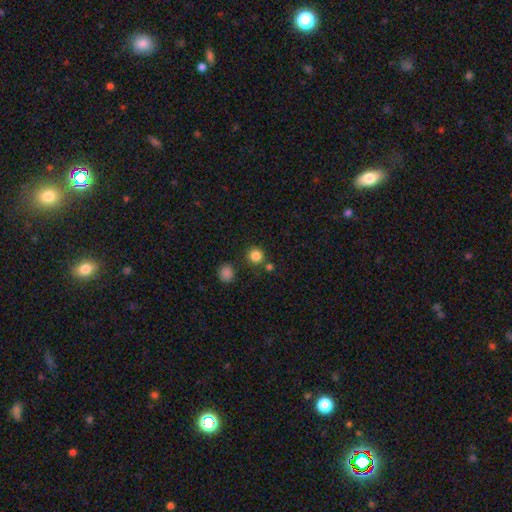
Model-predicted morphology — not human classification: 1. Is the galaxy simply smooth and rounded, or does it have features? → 83% smooth, 13% star or artifact, 4% featured or disk.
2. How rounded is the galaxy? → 92% round, 7% in between, 1% cigar-shaped.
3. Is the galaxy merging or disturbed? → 80% none, 9% merger, 8% minor disturbance, 3% major disturbance.